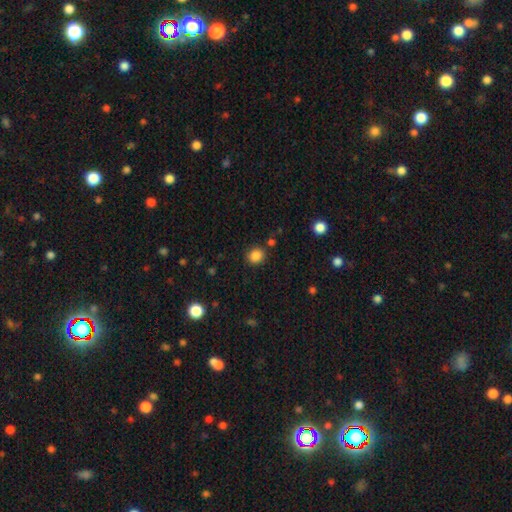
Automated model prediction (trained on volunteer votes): smooth 85%, star or artifact 11%, featured or disk 4%. Down the decision tree: how rounded — round (80%); merging — none (85%).